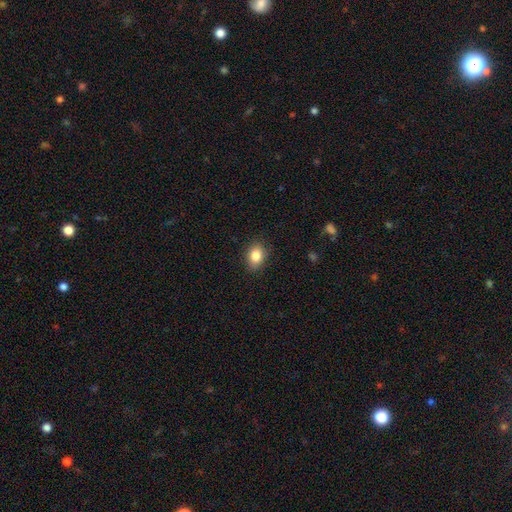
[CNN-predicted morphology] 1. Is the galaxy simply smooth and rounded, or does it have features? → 84% smooth, 9% star or artifact, 7% featured or disk.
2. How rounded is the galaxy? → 69% in between, 30% round, 1% cigar-shaped.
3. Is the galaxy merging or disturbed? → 86% none, 11% minor disturbance, 2% major disturbance, 1% merger.